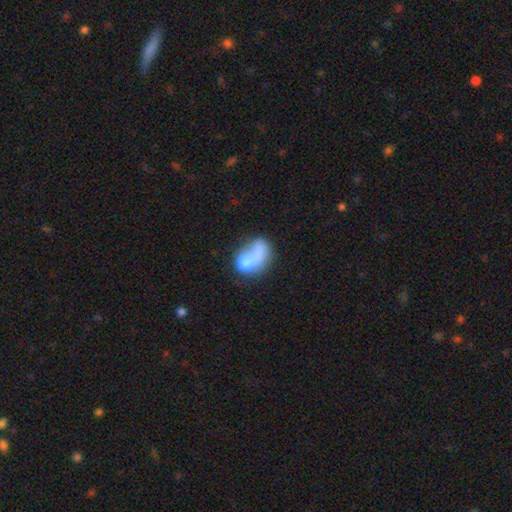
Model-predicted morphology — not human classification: Smooth or featured: smooth — 64% (featured or disk — 27%)
How rounded: in between — 72% (round — 27%)
Merging: merger — 38% (major disturbance — 27%)